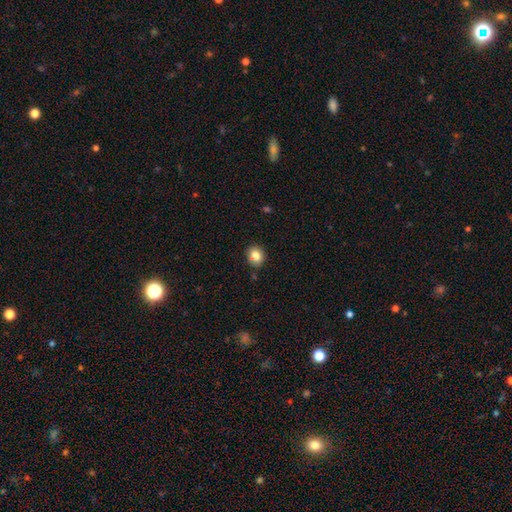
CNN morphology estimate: smooth 83%, star or artifact 10%, featured or disk 7%. Down the decision tree: how rounded — round (67%); merging — none (84%).